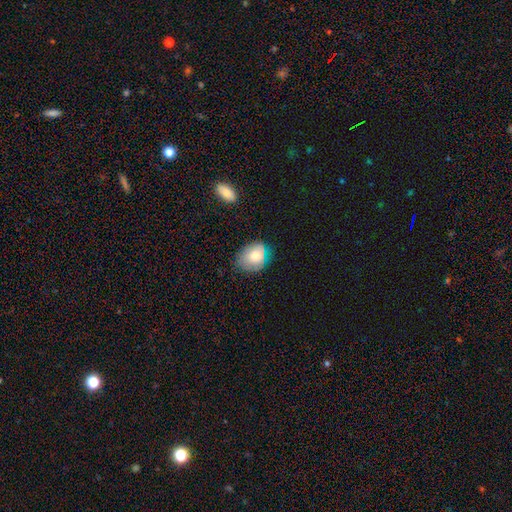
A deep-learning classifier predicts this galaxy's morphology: Smooth or featured: smooth — 75% (featured or disk — 17%)
How rounded: in between — 59% (round — 40%)
Merging: none — 67% (minor disturbance — 25%)